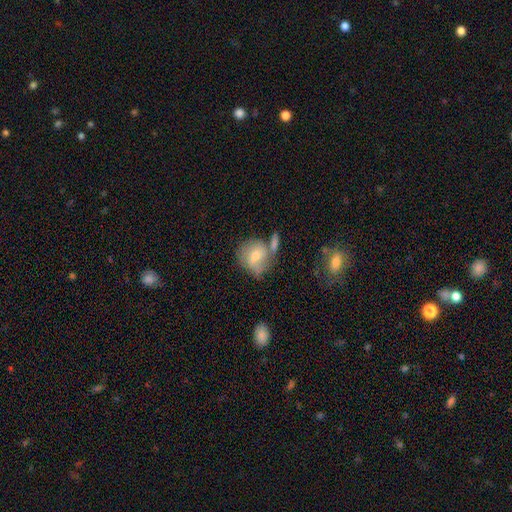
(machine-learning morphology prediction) smooth 62%, featured or disk 30%, star or artifact 8%. Down the decision tree: how rounded — round (78%); merging — none (45%).